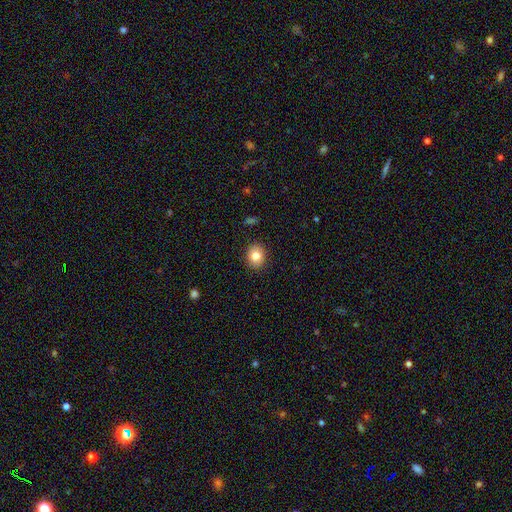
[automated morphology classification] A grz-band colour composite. It shows a smooth galaxy with no disk features (81%) that is round (64%). Merging: none (90%).